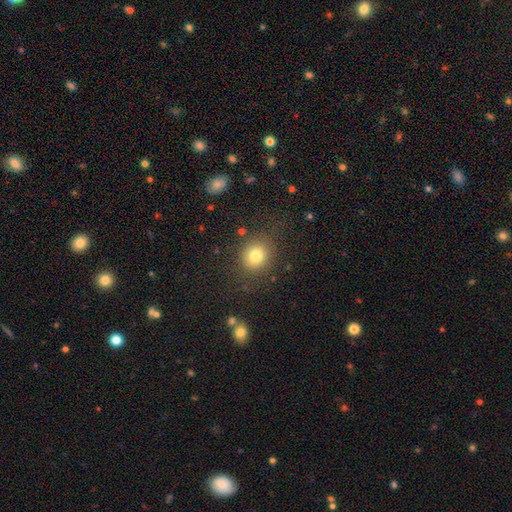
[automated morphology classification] Q: Smooth or featured?
A: smooth (80%); runner-up: star or artifact (12%)
Q: How rounded?
A: round (77%); runner-up: in between (22%)
Q: Merging?
A: none (81%); runner-up: minor disturbance (11%)